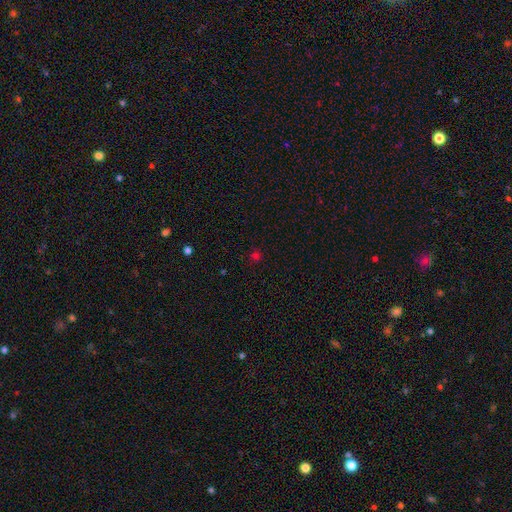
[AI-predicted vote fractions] Smooth or featured: smooth — 60% (star or artifact — 35%)
How rounded: round — 88% (in between — 11%)
Merging: none — 83% (minor disturbance — 10%)